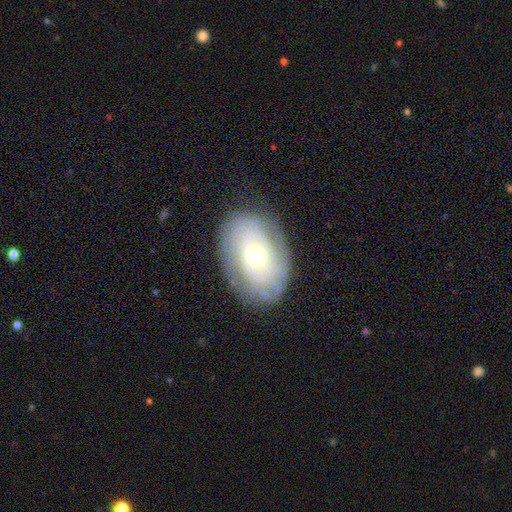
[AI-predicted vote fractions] Q: Smooth or featured?
A: featured or disk (66%); runner-up: smooth (27%)
Q: Edge-on disk?
A: no (94%); runner-up: yes (6%)
Q: Bar?
A: no (75%); runner-up: weak (19%)
Q: Spiral arms?
A: yes (63%); runner-up: no (37%)
Q: Bulge size?
A: moderate (73%); runner-up: small (13%)
Q: Merging?
A: none (76%); runner-up: minor disturbance (17%)